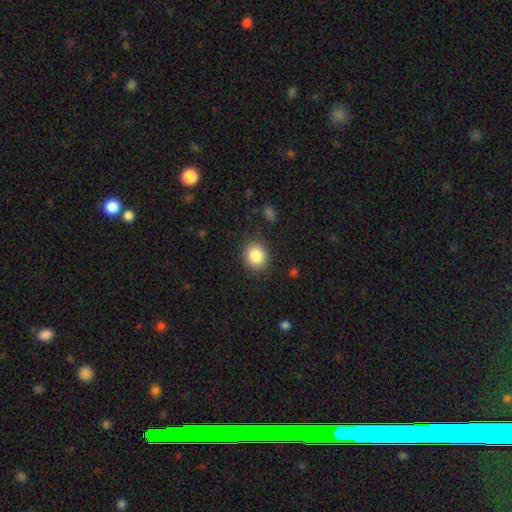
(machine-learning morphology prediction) This appears to be a smooth galaxy with no disk features (86%) that is round (76%). Merging: none (86%).